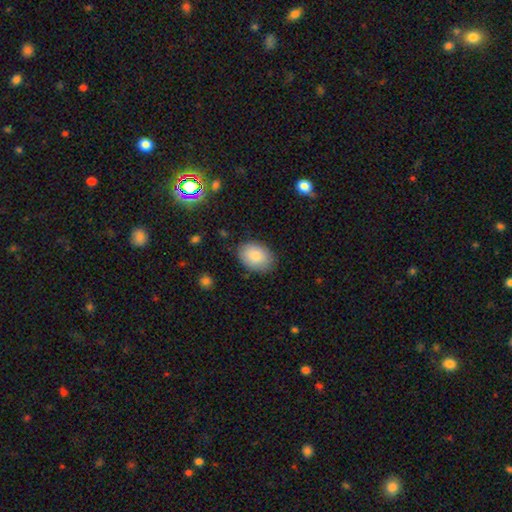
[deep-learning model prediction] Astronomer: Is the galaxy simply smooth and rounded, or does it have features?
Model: smooth — 85%.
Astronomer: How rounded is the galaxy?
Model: in between — 81%.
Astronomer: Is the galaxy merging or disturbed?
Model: none — 84%.